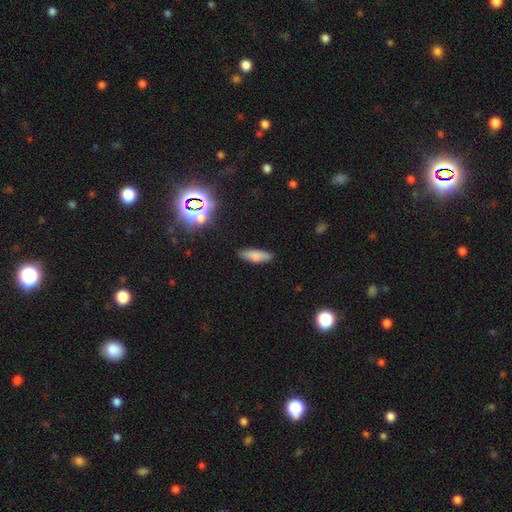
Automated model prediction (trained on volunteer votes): Smooth or featured? smooth (79%)
How rounded? in between (52%)
Merging? none (86%)